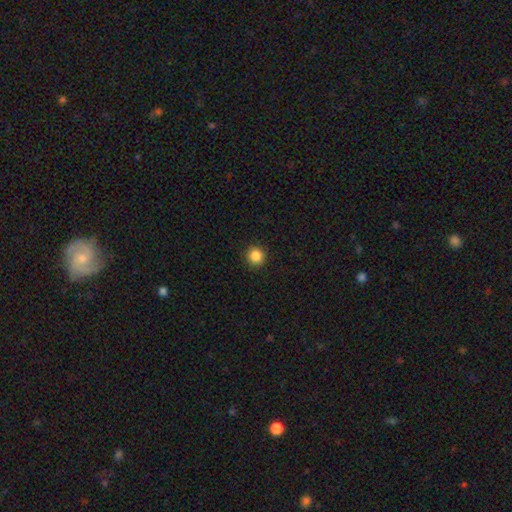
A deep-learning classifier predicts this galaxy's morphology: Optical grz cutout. It shows a smooth galaxy with no disk features (86%) that is round (94%). Merging: none (92%).